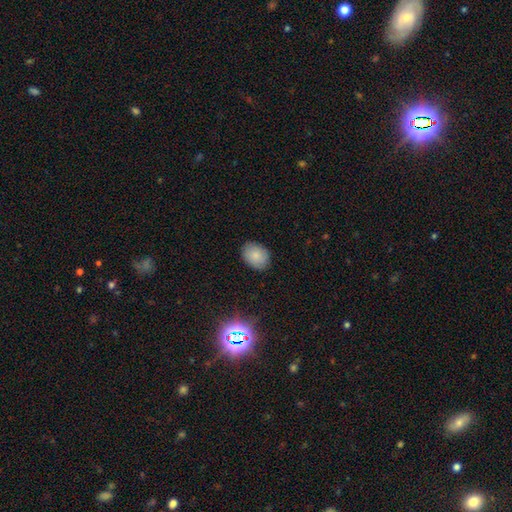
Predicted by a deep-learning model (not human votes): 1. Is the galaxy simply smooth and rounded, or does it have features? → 84% smooth, 9% star or artifact, 7% featured or disk.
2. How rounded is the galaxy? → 67% in between, 33% round, 1% cigar-shaped.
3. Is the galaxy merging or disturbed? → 86% none, 11% minor disturbance, 2% major disturbance, 1% merger.